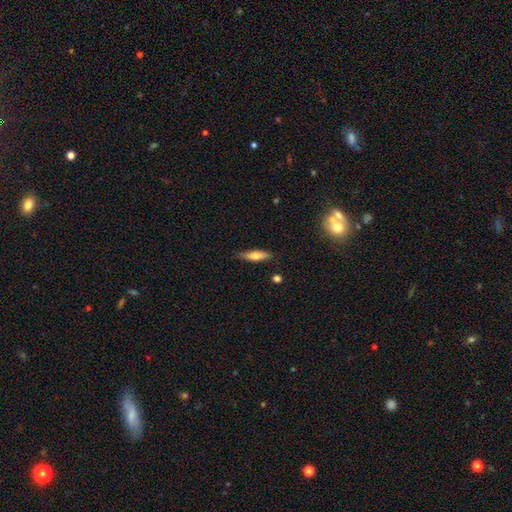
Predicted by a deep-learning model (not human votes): Q: Smooth or featured?
A: smooth (65%); runner-up: featured or disk (28%)
Q: How rounded?
A: cigar-shaped (64%); runner-up: in between (34%)
Q: Merging?
A: none (81%); runner-up: minor disturbance (14%)